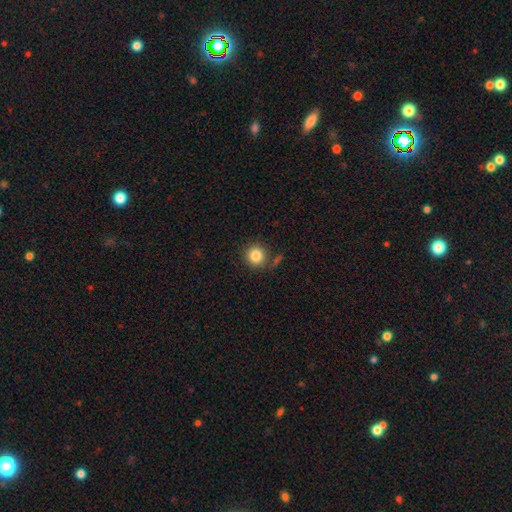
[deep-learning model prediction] Q: Smooth or featured?
A: smooth (83%); runner-up: star or artifact (11%)
Q: How rounded?
A: round (93%); runner-up: in between (6%)
Q: Merging?
A: none (80%); runner-up: minor disturbance (10%)